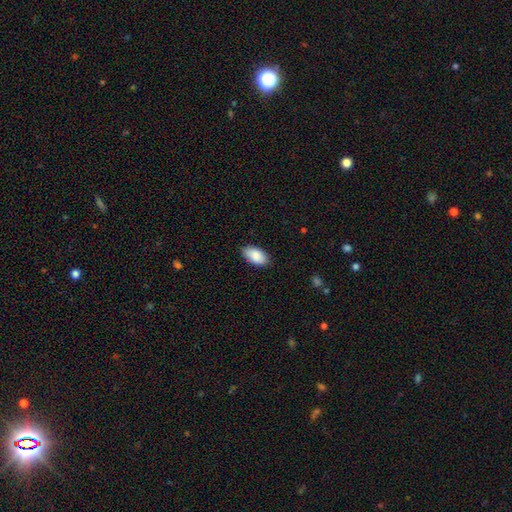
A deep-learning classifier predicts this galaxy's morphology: A smooth galaxy with no disk features (88%) that is in between round and cigar-shaped (95%). Merging: none (86%).